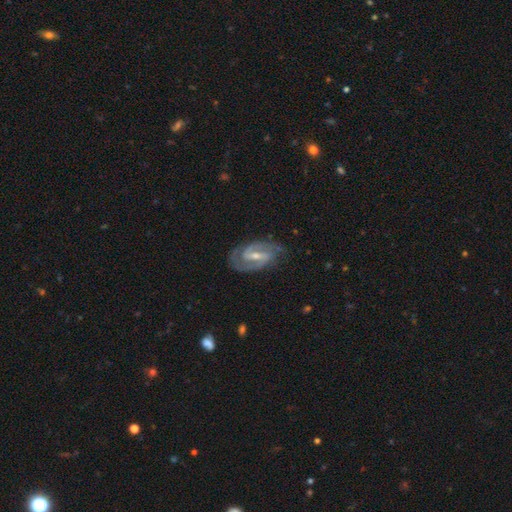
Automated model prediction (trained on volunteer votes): Overall: featured or disk (89%). Edge-on disk: no (96%). Bar: strong (45%; weak 43%). Spiral arms: yes (97%). Spiral arm count: 2 (89%). Spiral winding: medium (49%; tight 39%). Bulge size: small (52%; moderate 41%). Merging: none (81%).